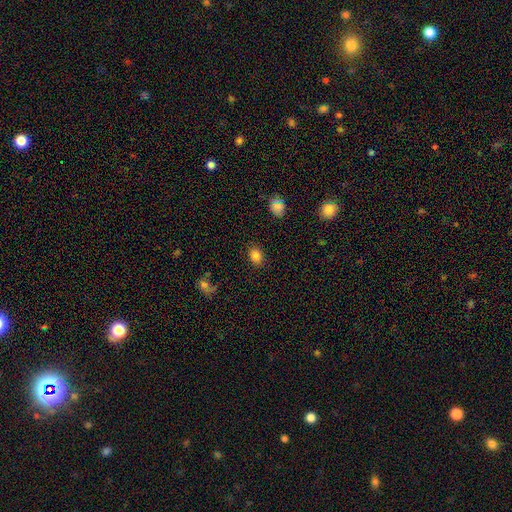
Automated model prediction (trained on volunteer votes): Smooth or featured: smooth — 84% (star or artifact — 11%)
How rounded: in between — 61% (round — 38%)
Merging: none — 87% (minor disturbance — 9%)